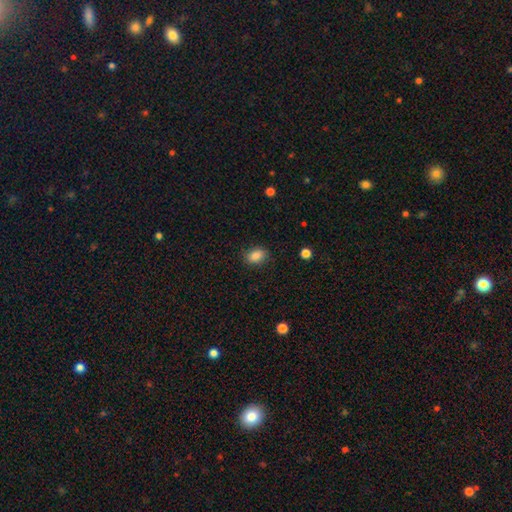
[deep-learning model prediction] smooth_or_featured: smooth (p=0.86) [alt: star or artifact p=0.09]
how_rounded: in between (p=0.72) [alt: round p=0.27]
merging: none (p=0.84) [alt: minor disturbance p=0.12]